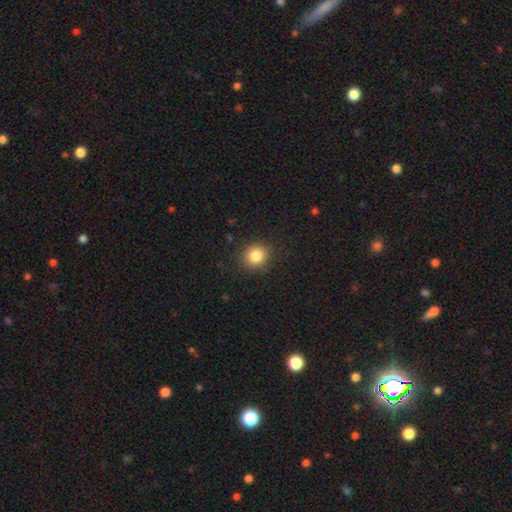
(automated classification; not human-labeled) A smooth galaxy with no disk features (84%) that is round (84%). Merging: none (88%).